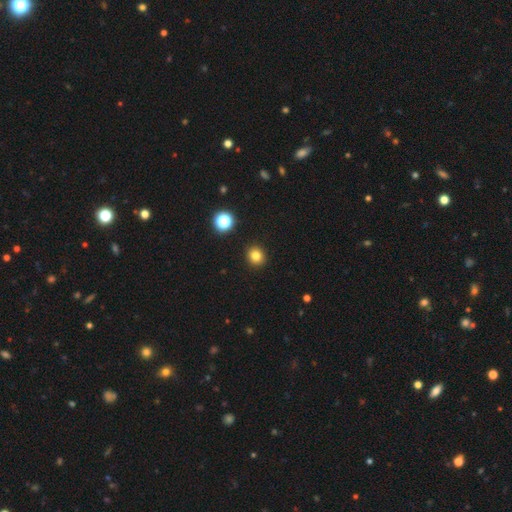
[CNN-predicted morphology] Smooth or featured? smooth (81%)
How rounded? round (85%)
Merging? none (92%)